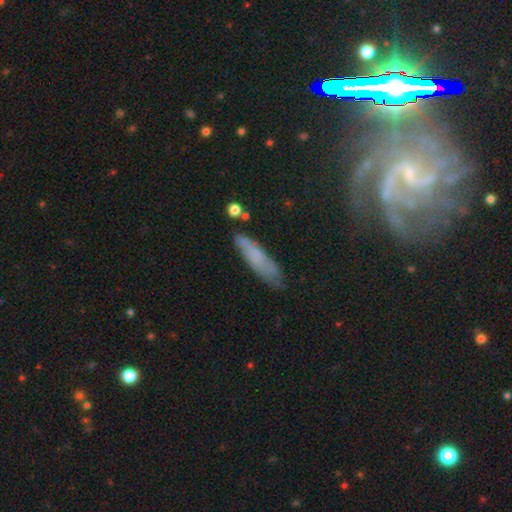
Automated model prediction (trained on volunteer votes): Smooth or featured: smooth — 62% (featured or disk — 28%)
How rounded: cigar-shaped — 72% (in between — 26%)
Merging: none — 74% (minor disturbance — 18%)